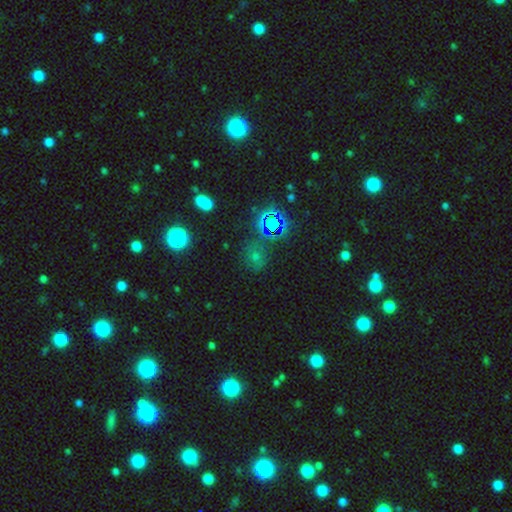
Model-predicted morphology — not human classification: Overall: star or artifact (47%; smooth 42%).